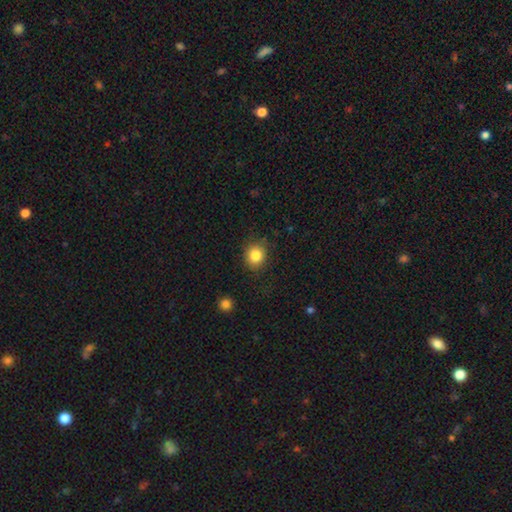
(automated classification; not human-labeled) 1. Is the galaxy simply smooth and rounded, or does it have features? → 84% smooth, 10% star or artifact, 6% featured or disk.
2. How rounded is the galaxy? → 80% round, 19% in between, 1% cigar-shaped.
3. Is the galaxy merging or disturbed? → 85% none, 10% minor disturbance, 3% major disturbance, 1% merger.